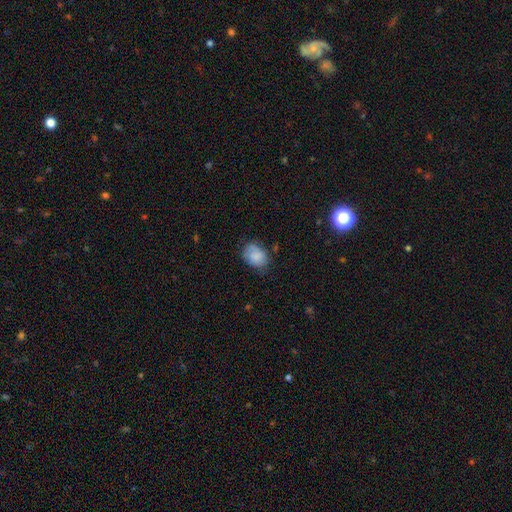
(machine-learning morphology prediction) This is clearly a smooth galaxy (83%). How rounded: likely in between (71%). Merging: likely none (62%).